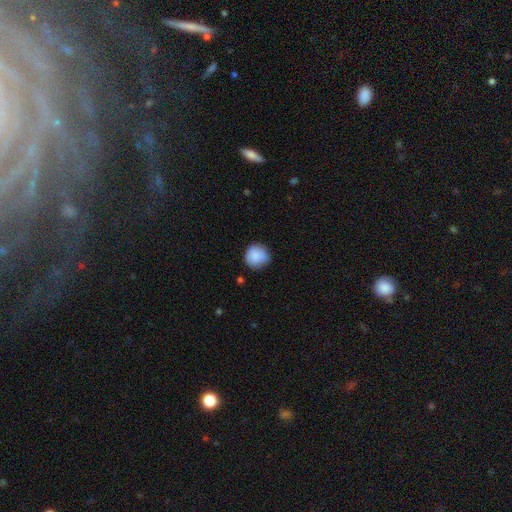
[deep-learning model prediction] This appears to be a smooth galaxy with no disk features (86%) that is round (90%). Merging: none (74%).